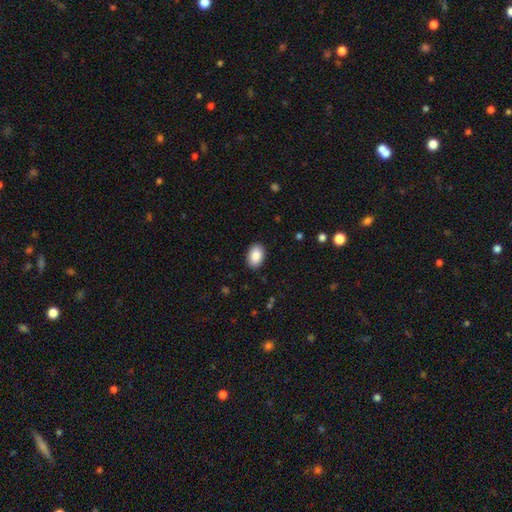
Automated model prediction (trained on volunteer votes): The model was most divided on "how rounded": in between: 88%, round: 11%, cigar-shaped: 1%. More confident: smooth or featured — smooth (90%); merging — none (89%).